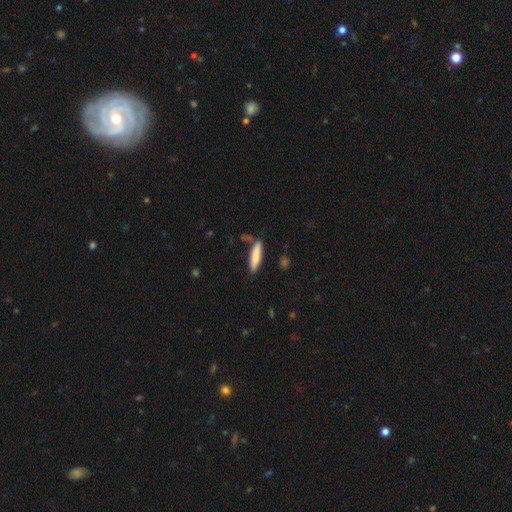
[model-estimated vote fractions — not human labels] Smooth or featured? smooth (82%)
How rounded? cigar-shaped (77%)
Merging? none (74%)